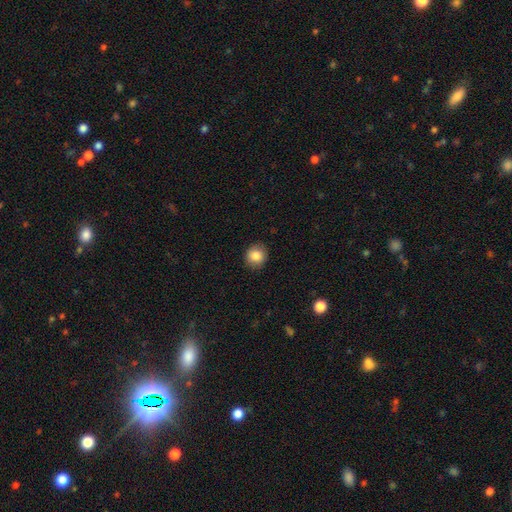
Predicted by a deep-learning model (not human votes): Q: Smooth or featured?
A: smooth (85%); runner-up: star or artifact (9%)
Q: How rounded?
A: round (84%); runner-up: in between (15%)
Q: Merging?
A: none (88%); runner-up: minor disturbance (9%)